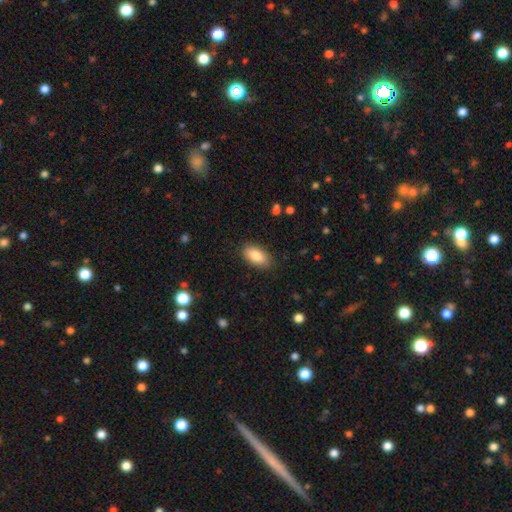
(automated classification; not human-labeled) Q: Smooth or featured?
A: smooth (84%); runner-up: featured or disk (9%)
Q: How rounded?
A: in between (91%); runner-up: cigar-shaped (6%)
Q: Merging?
A: none (87%); runner-up: minor disturbance (9%)